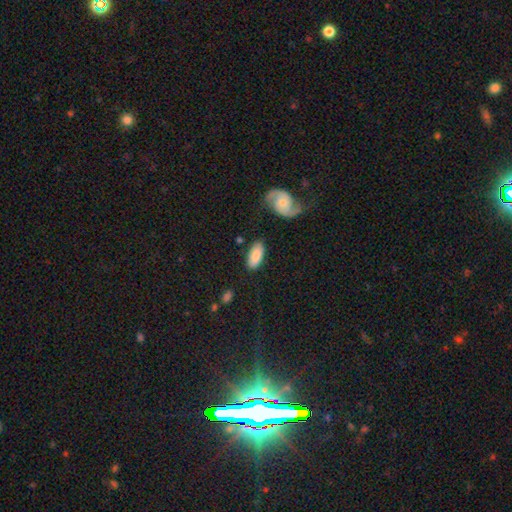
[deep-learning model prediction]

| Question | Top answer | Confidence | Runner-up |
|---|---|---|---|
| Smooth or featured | smooth | 81% | featured or disk (13%) |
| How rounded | in between | 90% | cigar-shaped (7%) |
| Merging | none | 78% | minor disturbance (14%) |